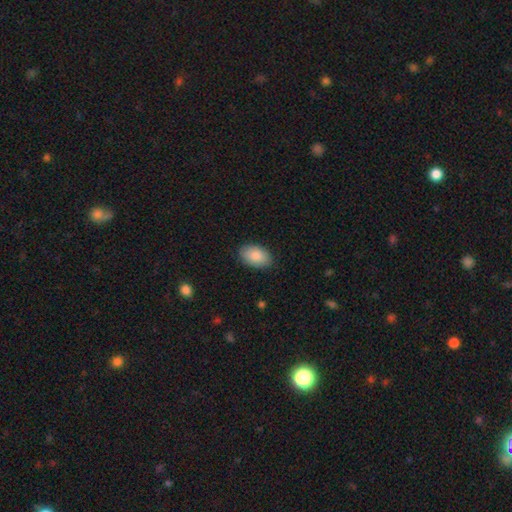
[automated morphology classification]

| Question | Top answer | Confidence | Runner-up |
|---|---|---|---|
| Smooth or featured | smooth | 87% | featured or disk (7%) |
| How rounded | in between | 92% | round (6%) |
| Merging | none | 87% | minor disturbance (10%) |